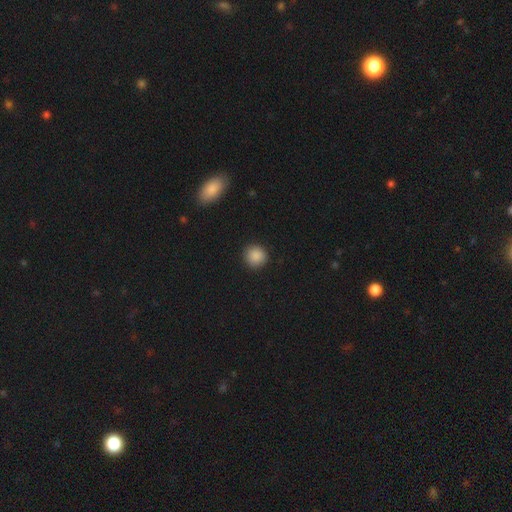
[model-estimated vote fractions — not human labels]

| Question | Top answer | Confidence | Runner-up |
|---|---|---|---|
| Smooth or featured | smooth | 87% | star or artifact (9%) |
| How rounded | round | 92% | in between (7%) |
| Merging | none | 91% | minor disturbance (6%) |